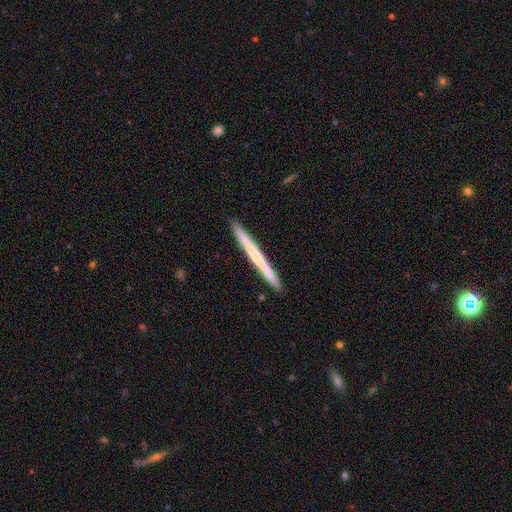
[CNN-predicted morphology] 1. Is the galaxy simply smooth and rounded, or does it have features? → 50% smooth, 45% featured or disk, 6% star or artifact.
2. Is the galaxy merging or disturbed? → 92% none, 6% minor disturbance, 1% major disturbance, 1% merger.